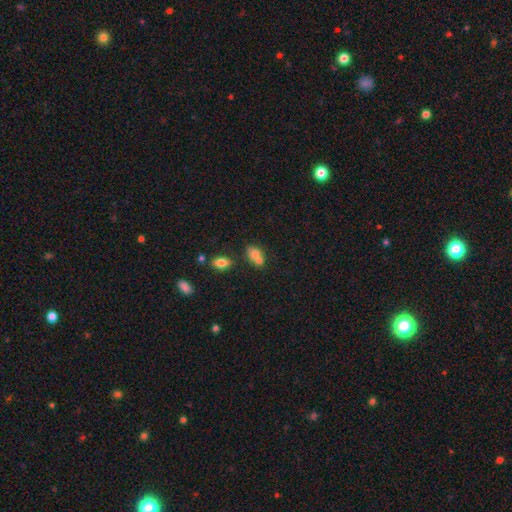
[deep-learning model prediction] Overall: smooth (73%). How rounded: in between (60%; round 38%). Merging: merger (53%; none 32%).